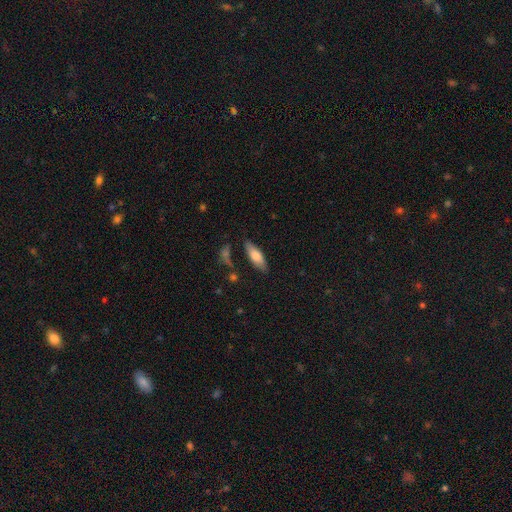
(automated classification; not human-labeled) Smooth or featured: smooth — 72% (featured or disk — 22%)
How rounded: in between — 65% (cigar-shaped — 32%)
Merging: none — 80% (minor disturbance — 13%)